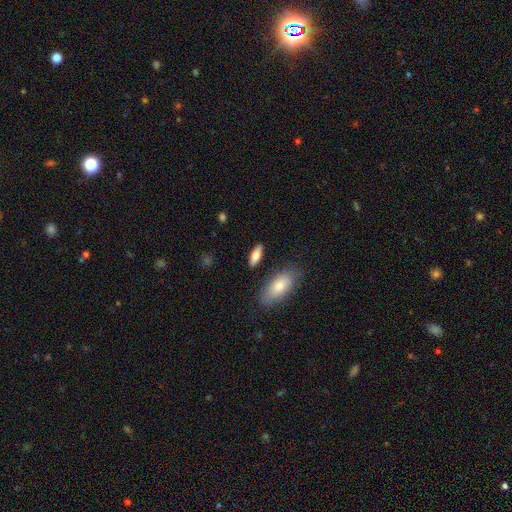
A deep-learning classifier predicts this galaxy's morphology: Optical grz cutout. It shows a smooth galaxy with no disk features (76%) that is in between round and cigar-shaped (60%). Merging: none (84%).